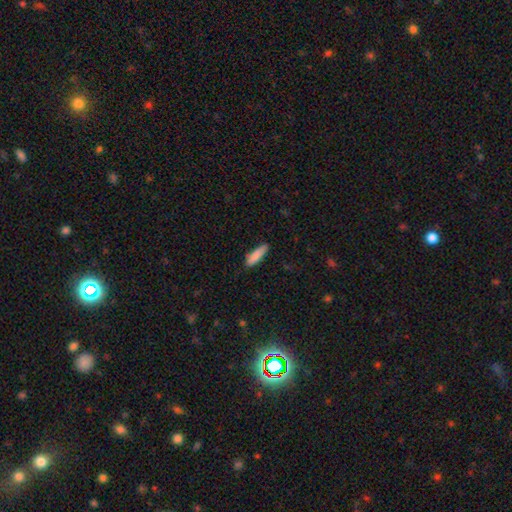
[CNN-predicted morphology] The model was most divided on "how rounded": cigar-shaped: 62%, in between: 36%, round: 2%. More confident: smooth or featured — smooth (85%); merging — none (81%).